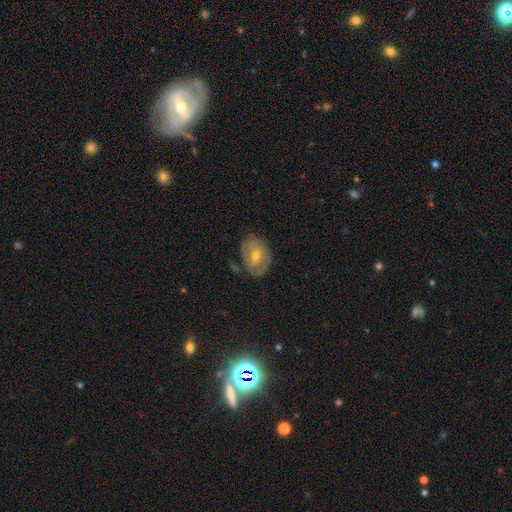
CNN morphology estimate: This is likely a featured or disk galaxy (61%). It is clearly not viewed edge-on (95%). Bar: possibly no (51%). Spiral arm pattern: likely yes (70%). Central bulge: likely moderate (61%). Merging: likely none (72%).